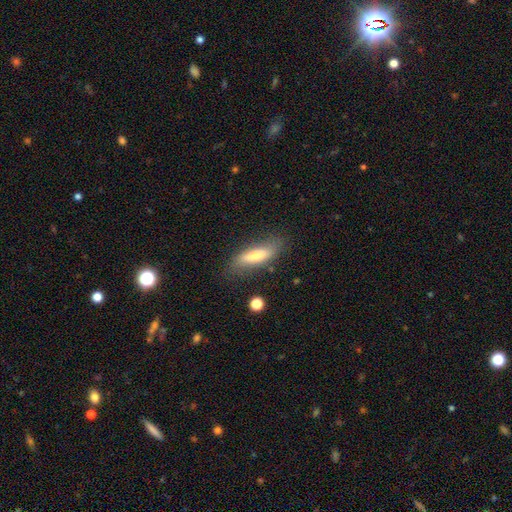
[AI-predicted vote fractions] A smooth galaxy with no disk features (69%) that is cigar-shaped (60%).

Vote fractions:
- Smooth or featured? smooth: 69% / featured or disk: 24% / star or artifact: 7%
- How rounded? cigar-shaped: 60% / in between: 38% / round: 2%
- Merging? none: 71% / minor disturbance: 19% / major disturbance: 7% / merger: 3%